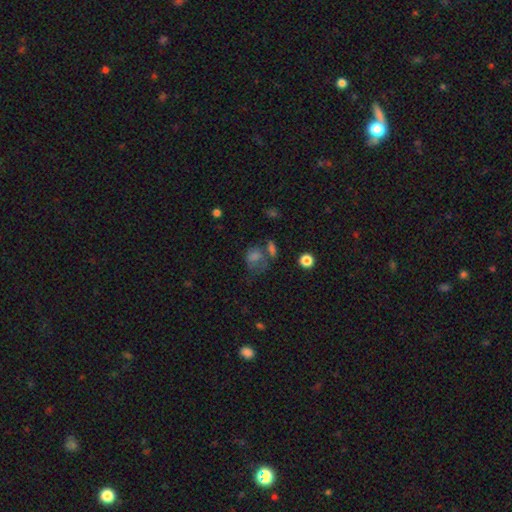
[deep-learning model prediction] Overall: smooth (57%; star or artifact 23%). How rounded: in between (50%; round 49%). Merging: none (36%; merger 22%).